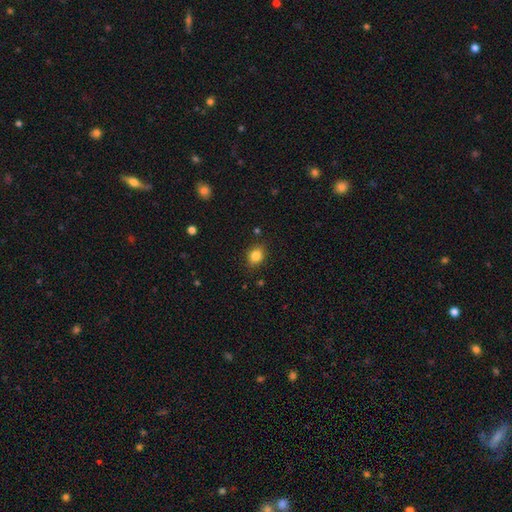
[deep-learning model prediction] Overall: smooth (84%). How rounded: in between (54%; round 45%). Merging: none (85%).